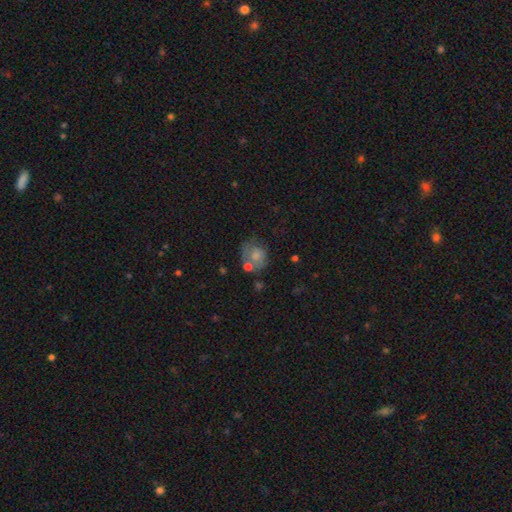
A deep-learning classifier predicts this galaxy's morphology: Smooth or featured? Predicted: smooth (p=0.63). How rounded? Predicted: round (p=0.60). Merging? Predicted: none (p=0.38).